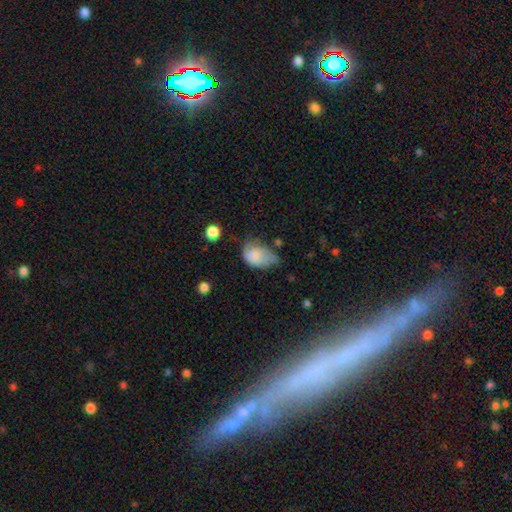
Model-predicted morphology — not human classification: Smooth or featured? smooth (76%)
How rounded? in between (79%)
Merging? minor disturbance (43%)